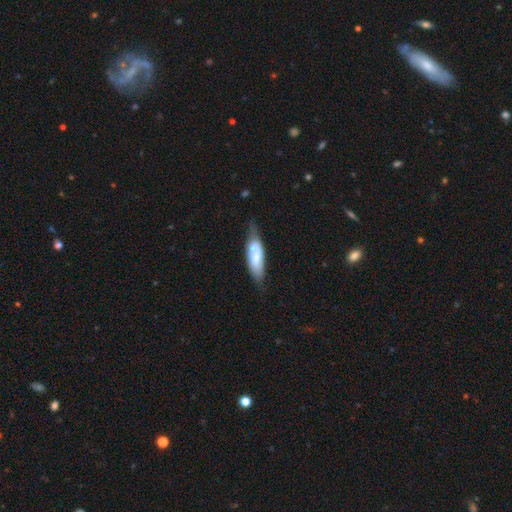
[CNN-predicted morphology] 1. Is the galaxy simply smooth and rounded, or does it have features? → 65% smooth, 30% featured or disk, 6% star or artifact.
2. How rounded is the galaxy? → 67% in between, 32% cigar-shaped, 2% round.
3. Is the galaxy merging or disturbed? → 57% none, 32% minor disturbance, 9% major disturbance, 2% merger.